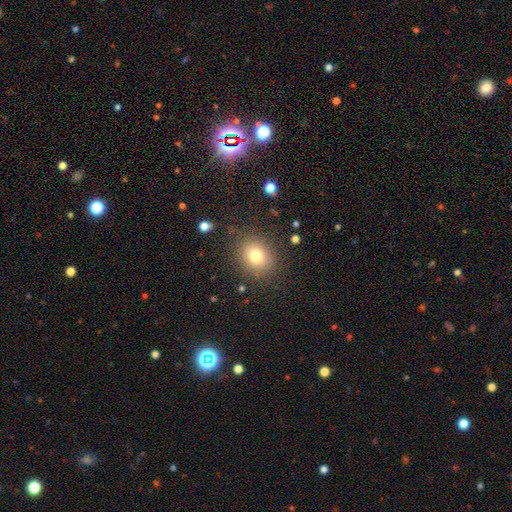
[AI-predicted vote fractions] smooth_or_featured: smooth (p=0.77) [alt: star or artifact p=0.13]
how_rounded: round (p=0.70) [alt: in between p=0.29]
merging: none (p=0.84) [alt: minor disturbance p=0.10]